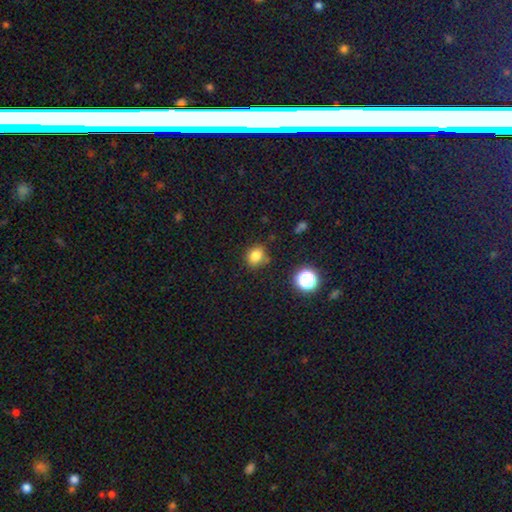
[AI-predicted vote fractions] Smooth or featured?
  - smooth: 81% *
  - star or artifact: 14%
  - featured or disk: 5%
How rounded?
  - round: 65% *
  - in between: 34%
  - cigar-shaped: 1%
Merging?
  - none: 76% *
  - minor disturbance: 15%
  - merger: 5%
  - major disturbance: 4%